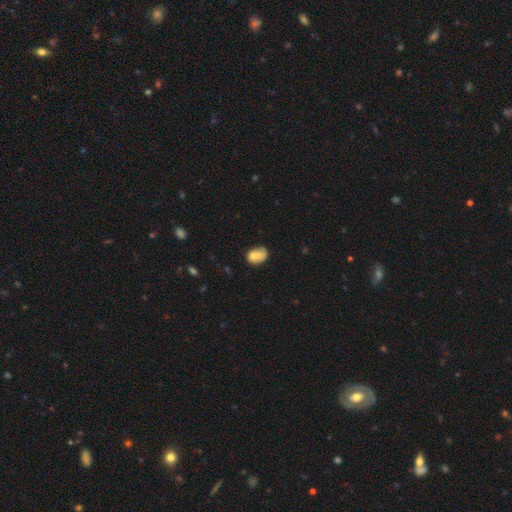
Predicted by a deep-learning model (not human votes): smooth_or_featured: smooth (p=0.68) [alt: featured or disk p=0.23]
how_rounded: in between (p=0.74) [alt: round p=0.25]
merging: none (p=0.43) [alt: minor disturbance p=0.30]